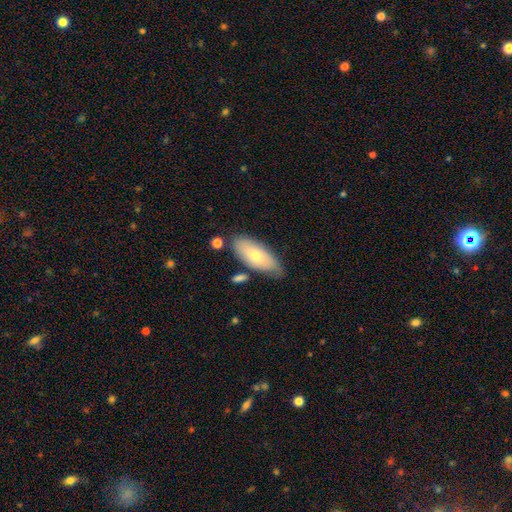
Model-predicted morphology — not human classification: Smooth or featured? smooth (68%)
How rounded? in between (86%)
Merging? none (65%)